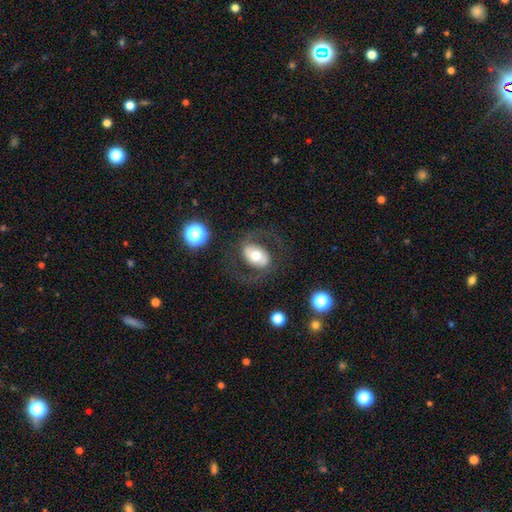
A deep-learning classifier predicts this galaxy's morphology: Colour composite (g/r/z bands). It shows a featured or disk galaxy (59%) with no bar (46%), spiral arms (69%) and a moderate central bulge (65%). Merging: none (71%).